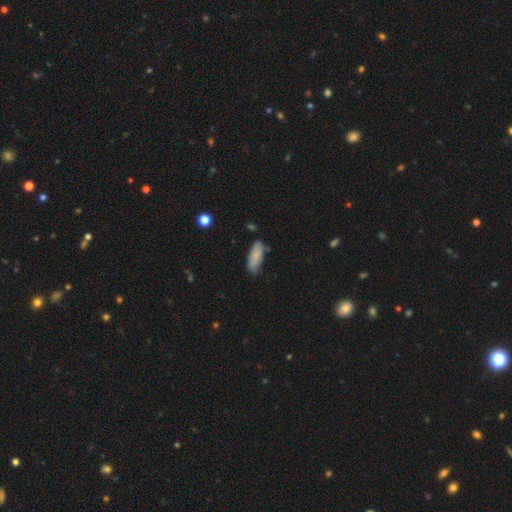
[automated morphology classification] The model was most divided on "how rounded": in between: 71%, cigar-shaped: 27%, round: 2%. More confident: smooth or featured — smooth (84%); merging — none (69%).